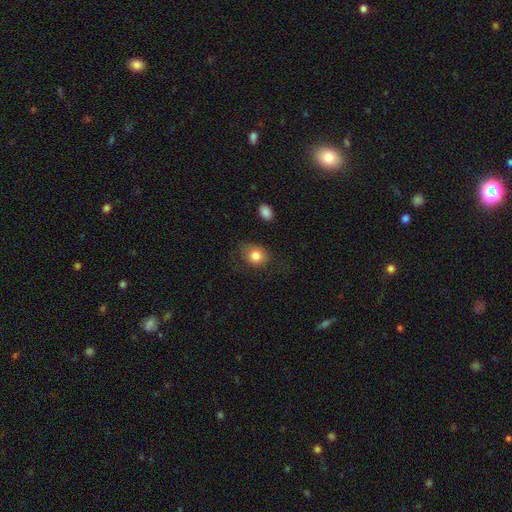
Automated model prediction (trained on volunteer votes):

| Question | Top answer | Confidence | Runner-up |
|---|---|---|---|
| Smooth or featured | smooth | 82% | star or artifact (9%) |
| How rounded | round | 57% | in between (42%) |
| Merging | none | 66% | minor disturbance (22%) |